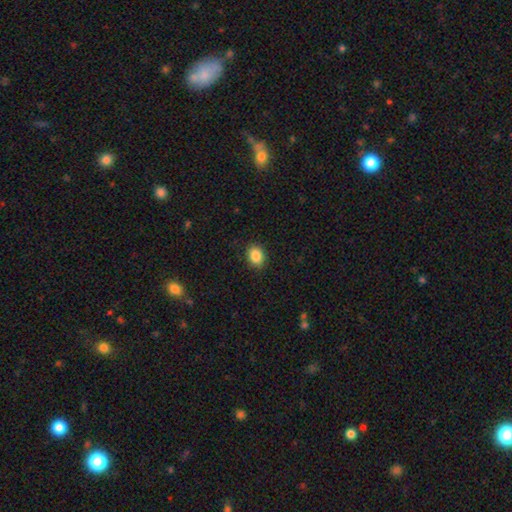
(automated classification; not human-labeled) A smooth galaxy with no disk features (87%) that is in between round and cigar-shaped (62%).

Vote fractions:
- Smooth or featured? smooth: 87% / star or artifact: 9% / featured or disk: 4%
- How rounded? in between: 62% / round: 37% / cigar-shaped: 1%
- Merging? none: 88% / minor disturbance: 9% / major disturbance: 2% / merger: 1%